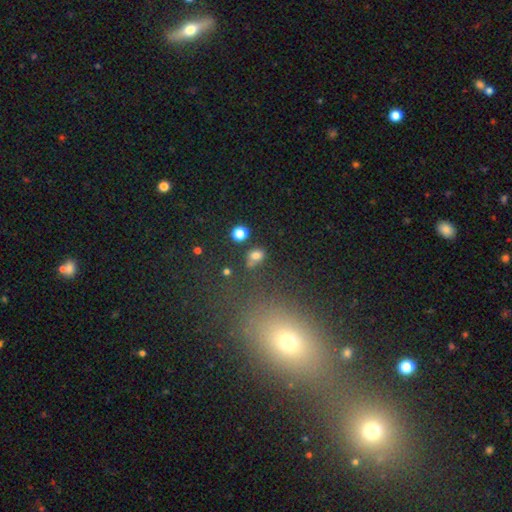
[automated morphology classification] type=smooth (77%); roundness=in between (55%); merging=none (58%).